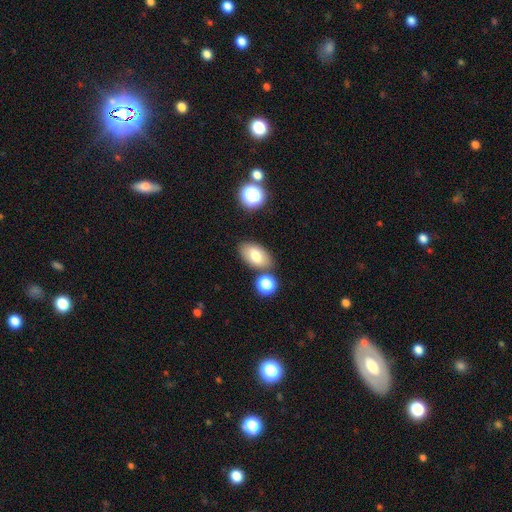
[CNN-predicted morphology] smooth 76%, featured or disk 15%, star or artifact 9%. Down the decision tree: how rounded — in between (92%); merging — none (77%).